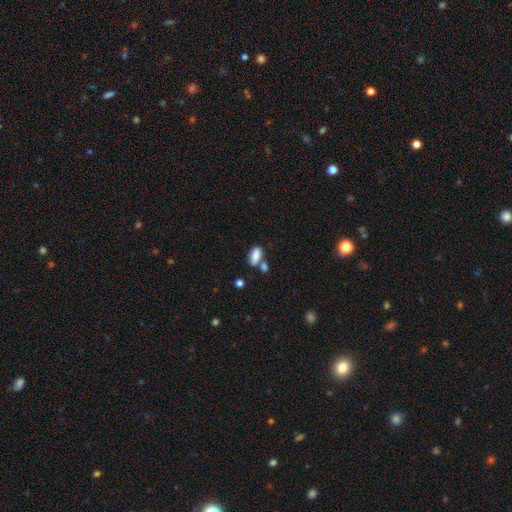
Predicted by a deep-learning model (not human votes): A smooth galaxy with no disk features (85%) that is in between round and cigar-shaped (85%).

Vote fractions:
- Smooth or featured? smooth: 85% / star or artifact: 8% / featured or disk: 7%
- How rounded? in between: 85% / cigar-shaped: 11% / round: 4%
- Merging? none: 52% / merger: 29% / minor disturbance: 14% / major disturbance: 5%